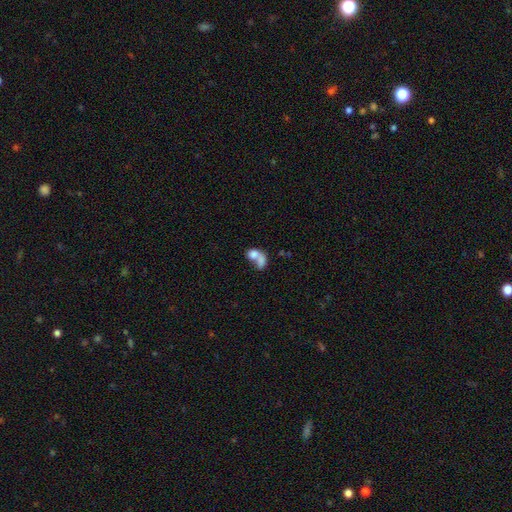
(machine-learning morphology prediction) Q: Smooth or featured?
A: smooth (72%); runner-up: featured or disk (19%)
Q: How rounded?
A: in between (68%); runner-up: round (29%)
Q: Merging?
A: merger (71%); runner-up: none (14%)